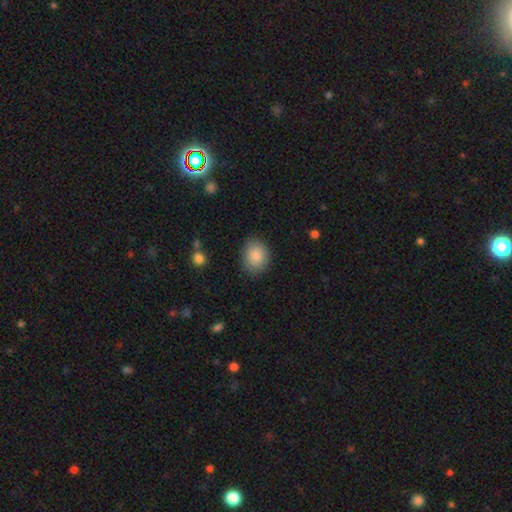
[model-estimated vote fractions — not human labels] smooth_or_featured: smooth (p=0.87) [alt: star or artifact p=0.07]
how_rounded: round (p=0.50) [alt: in between p=0.49]
merging: none (p=0.84) [alt: minor disturbance p=0.12]